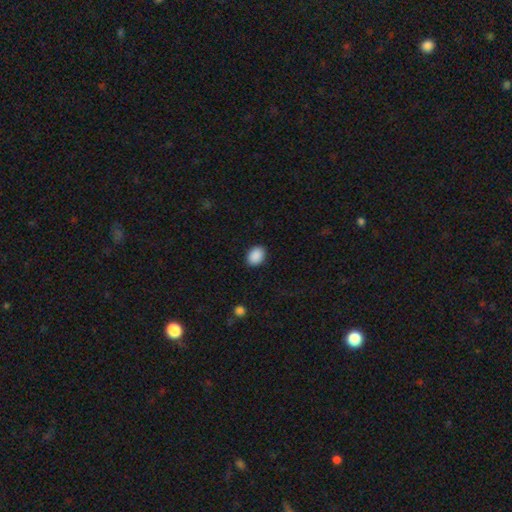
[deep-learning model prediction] Morphology: type=smooth (90%); roundness=in between (69%); merging=none (89%).